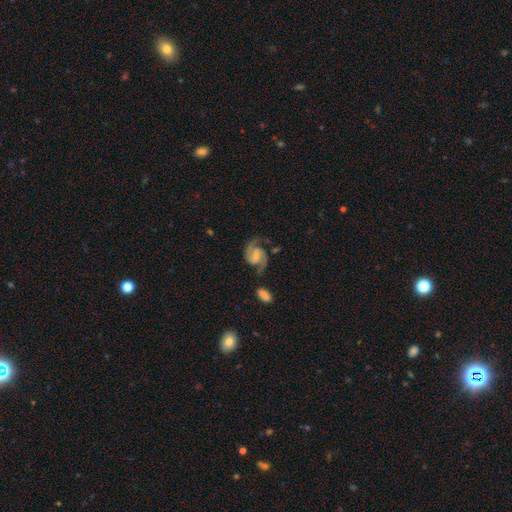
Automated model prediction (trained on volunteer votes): This appears to be a featured or disk galaxy (89%) with no bar (45%), 2 (92%) medium (59%) spiral arms (98%) and a small central bulge (54%). Merging: none (71%).